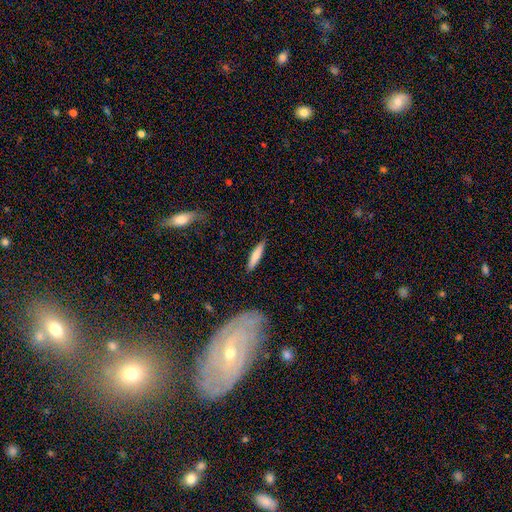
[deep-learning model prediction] Q: Smooth or featured?
A: smooth (75%); runner-up: featured or disk (19%)
Q: How rounded?
A: cigar-shaped (85%); runner-up: in between (14%)
Q: Merging?
A: none (89%); runner-up: minor disturbance (8%)